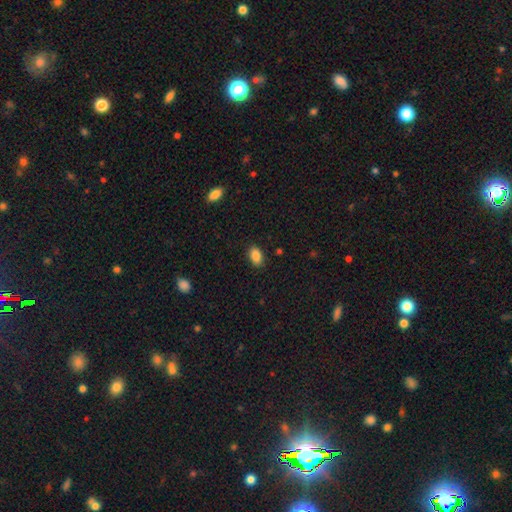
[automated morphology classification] Q: Smooth or featured?
A: smooth (86%); runner-up: star or artifact (8%)
Q: How rounded?
A: in between (89%); runner-up: round (9%)
Q: Merging?
A: none (87%); runner-up: minor disturbance (10%)